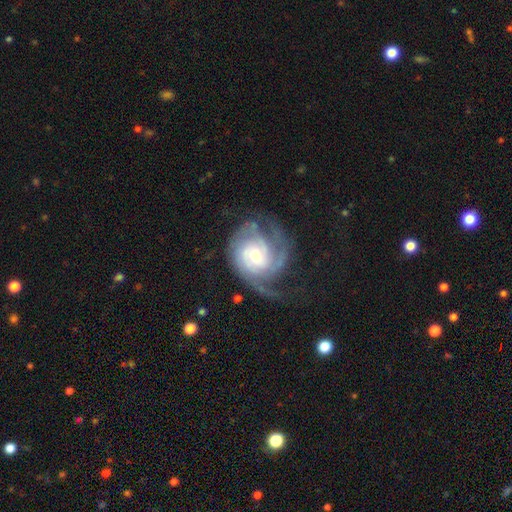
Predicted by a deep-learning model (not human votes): A featured or disk galaxy (87%) with no bar (55%), 2 (30%, tied with 3) tight (51%) spiral arms (97%) and a moderate central bulge (62%).

Vote fractions:
- Smooth or featured? featured or disk: 87% / smooth: 8% / star or artifact: 5%
- Edge-on disk? no: 98% / yes: 2%
- Bar? no: 55% / weak: 36% / strong: 8%
- Spiral arms? yes: 97% / no: 3%
- Spiral winding? tight: 51% / medium: 37% / loose: 12%
- Spiral arm count? 2: 30% (tied) / 3: 30% (tied) / can't tell: 20% / 4: 8% / 1: 7% / more than 4: 5%
- Bulge size? moderate: 62% / small: 22% / large: 13% / none: 2% / dominant: 1%
- Merging? none: 57% / major disturbance: 21% / minor disturbance: 21% / merger: 2%